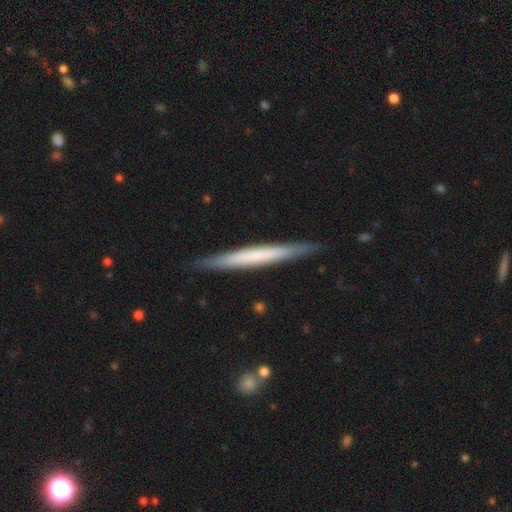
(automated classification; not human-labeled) Morphology: type=smooth (51%); roundness=cigar-shaped (97%); merging=none (89%).